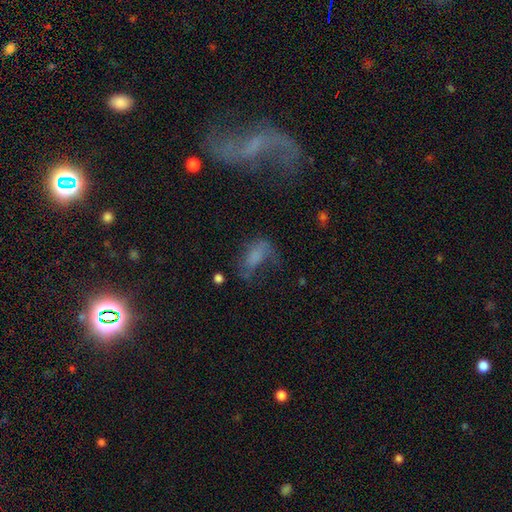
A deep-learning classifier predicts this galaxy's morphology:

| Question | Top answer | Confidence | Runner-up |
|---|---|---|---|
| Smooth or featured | smooth | 54% | featured or disk (29%) |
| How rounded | in between | 84% | round (9%) |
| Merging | major disturbance | 44% | none (29%) |